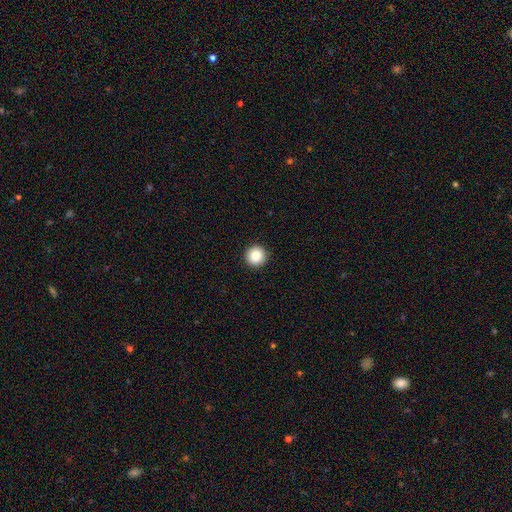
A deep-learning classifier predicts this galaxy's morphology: smooth 86%, star or artifact 9%, featured or disk 4%. Down the decision tree: how rounded — round (97%); merging — none (93%).